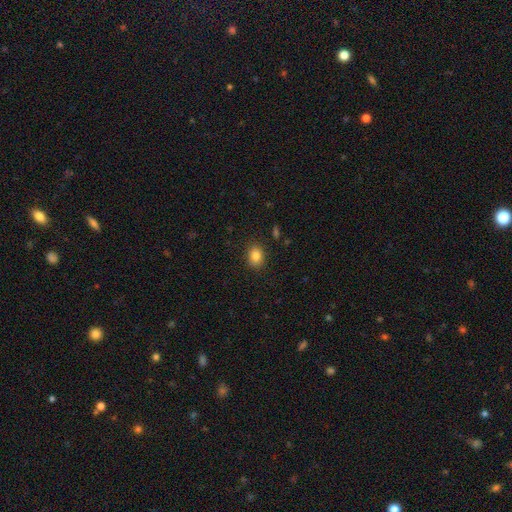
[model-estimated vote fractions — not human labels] A smooth galaxy with no disk features (84%) that is in between round and cigar-shaped (57%).

Vote fractions:
- Smooth or featured? smooth: 84% / star or artifact: 10% / featured or disk: 6%
- How rounded? in between: 57% / round: 42% / cigar-shaped: 1%
- Merging? none: 88% / minor disturbance: 9% / major disturbance: 2% / merger: 1%